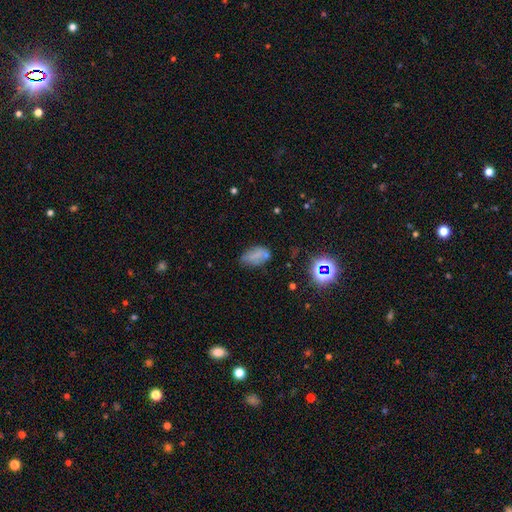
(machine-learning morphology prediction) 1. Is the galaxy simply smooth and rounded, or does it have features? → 63% smooth, 21% featured or disk, 17% star or artifact.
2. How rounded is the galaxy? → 89% in between, 7% round, 4% cigar-shaped.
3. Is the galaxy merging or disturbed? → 55% none, 28% minor disturbance, 11% major disturbance, 6% merger.